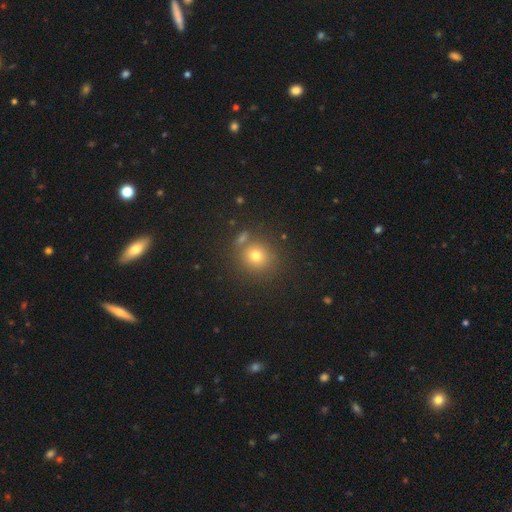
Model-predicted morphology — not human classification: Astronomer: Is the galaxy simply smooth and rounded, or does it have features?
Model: smooth — 72%.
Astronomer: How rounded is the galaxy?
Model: round — 88%.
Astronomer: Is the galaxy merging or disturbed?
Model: none — 75%.